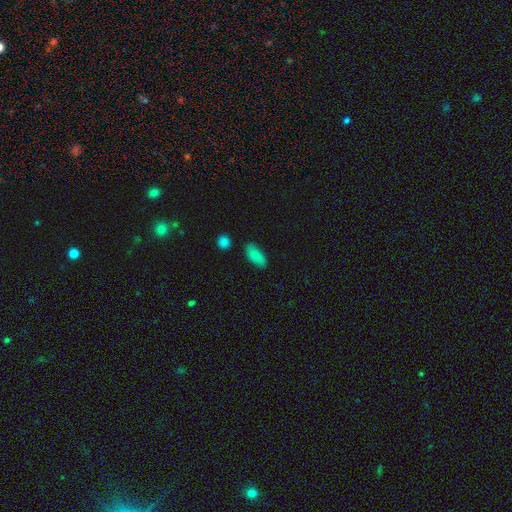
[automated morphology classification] This is clearly a smooth galaxy (86%). How rounded: clearly in between (86%). Merging: clearly none (81%).